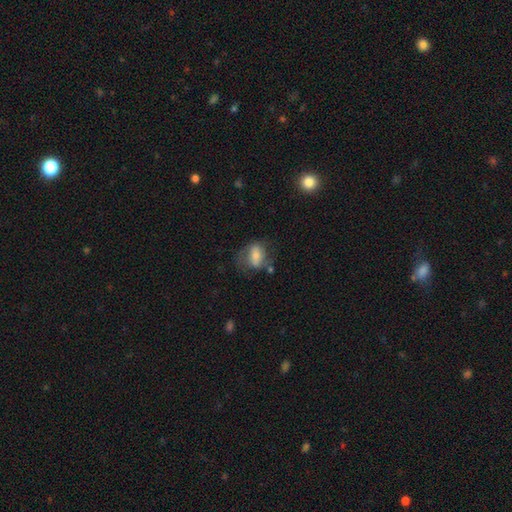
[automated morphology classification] Q: Smooth or featured?
A: smooth (58%); runner-up: featured or disk (34%)
Q: How rounded?
A: in between (73%); runner-up: round (23%)
Q: Merging?
A: none (48%); runner-up: minor disturbance (25%)